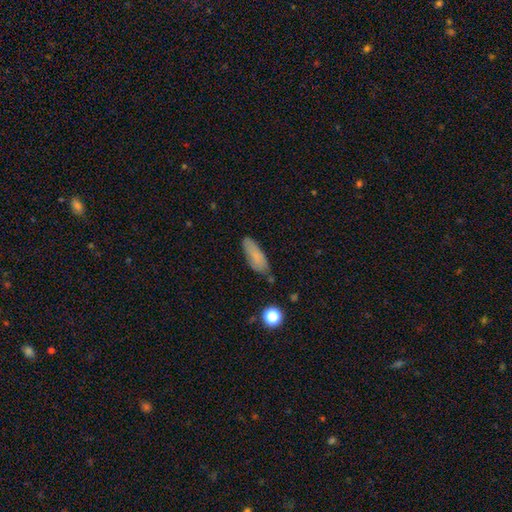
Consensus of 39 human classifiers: A smooth galaxy with no disk features (69%) that is in between round and cigar-shaped (56%). Merging: none (57%).